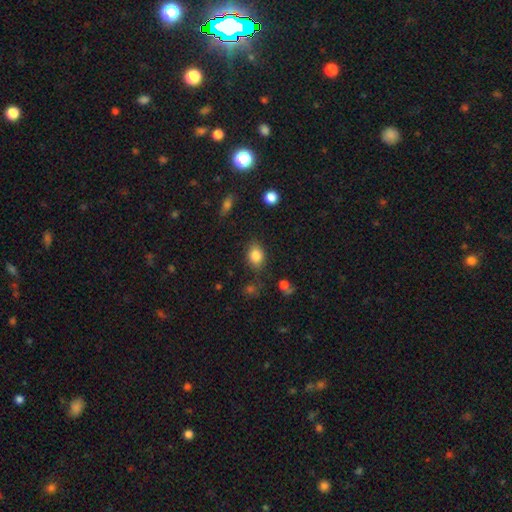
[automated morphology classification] Overall: smooth (84%). How rounded: in between (68%; round 31%). Merging: none (76%).